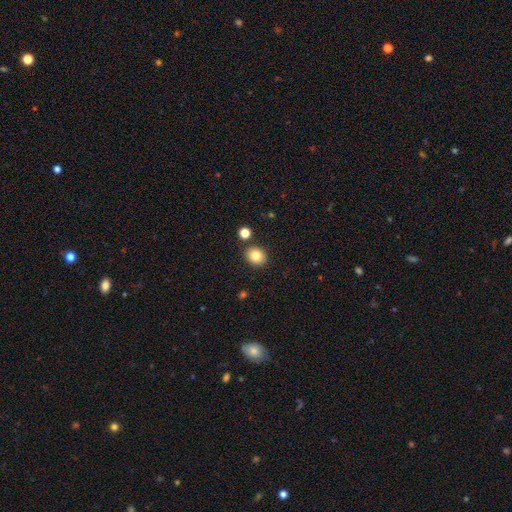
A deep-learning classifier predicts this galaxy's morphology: Smooth or featured? smooth (83%)
How rounded? round (69%)
Merging? none (87%)